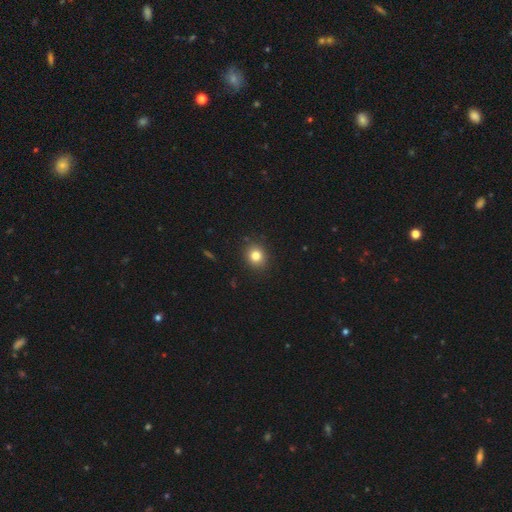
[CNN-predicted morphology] A smooth galaxy with no disk features (81%) that is round (72%). Merging: none (89%).